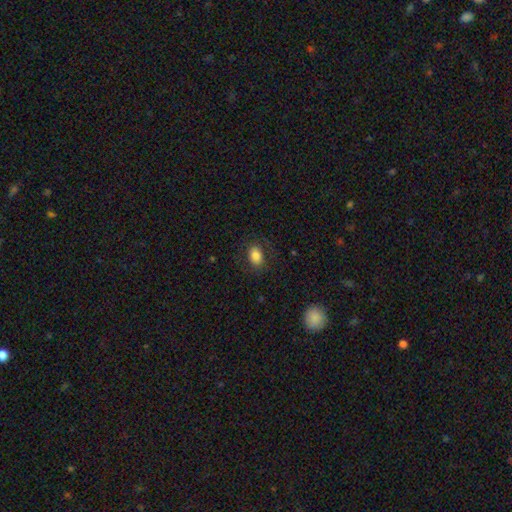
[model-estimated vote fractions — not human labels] A smooth galaxy with no disk features (82%) that is in between round and cigar-shaped (75%). Merging: none (81%).